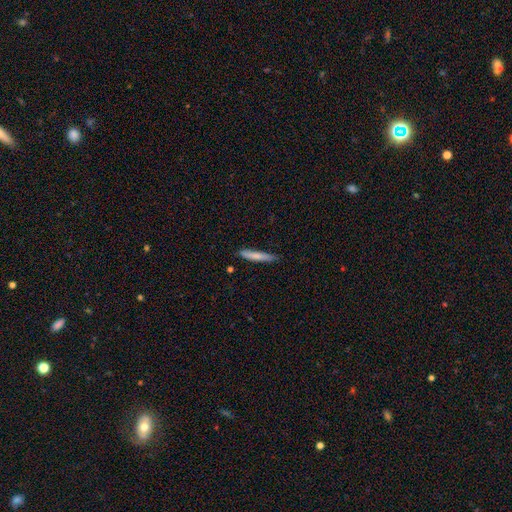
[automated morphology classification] smooth_or_featured: smooth (p=0.75) [alt: featured or disk p=0.19]
how_rounded: cigar-shaped (p=0.92) [alt: in between p=0.07]
merging: none (p=0.82) [alt: minor disturbance p=0.15]